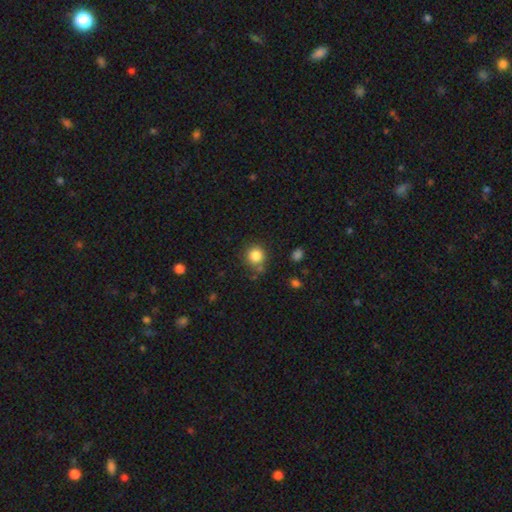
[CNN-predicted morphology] Overall: smooth (84%). How rounded: round (92%). Merging: none (77%).